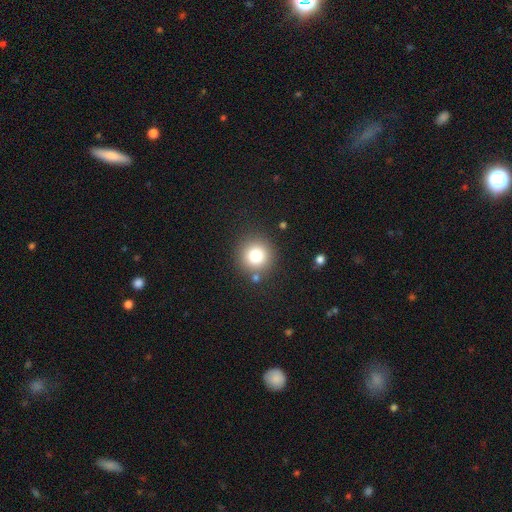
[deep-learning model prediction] Overall: smooth (81%). How rounded: round (94%). Merging: none (84%).